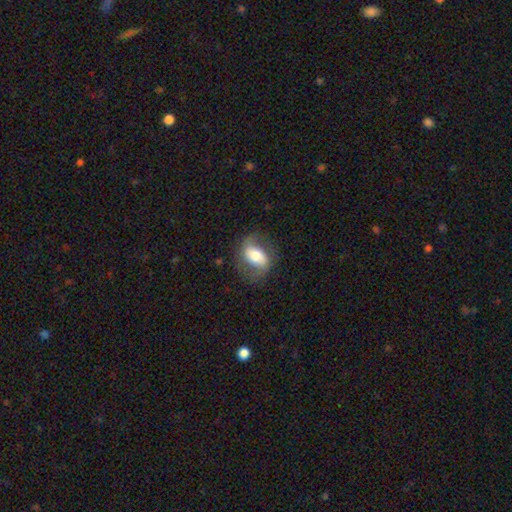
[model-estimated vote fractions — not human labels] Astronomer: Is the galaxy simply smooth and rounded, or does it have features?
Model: featured or disk — 53% (runner-up: smooth, 40%).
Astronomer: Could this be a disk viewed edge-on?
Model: no — 91%.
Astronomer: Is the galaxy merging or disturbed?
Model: none — 73%.